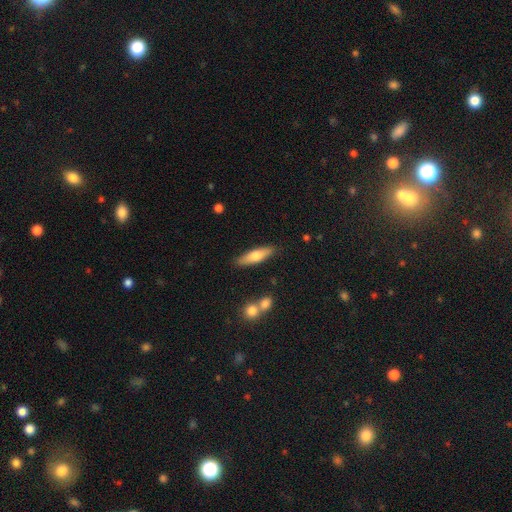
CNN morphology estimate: smooth-or-featured: smooth: 62% | featured or disk: 32% | star or artifact: 6%
  how-rounded: cigar-shaped: 64% | in between: 34% | round: 2%
  merging: none: 84% | minor disturbance: 10% | merger: 4% | major disturbance: 2%